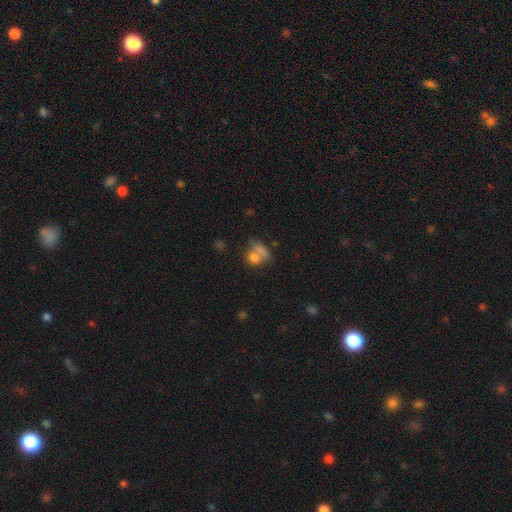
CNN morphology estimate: type=smooth (76%); roundness=in between (50%); merging=merger (47%).